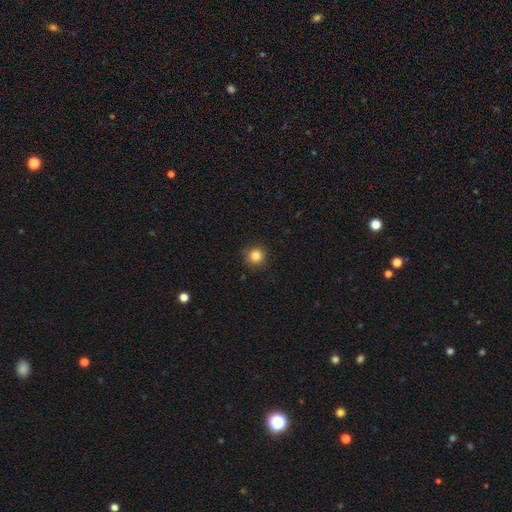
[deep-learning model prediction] Overall: smooth (83%). How rounded: round (94%). Merging: none (90%).